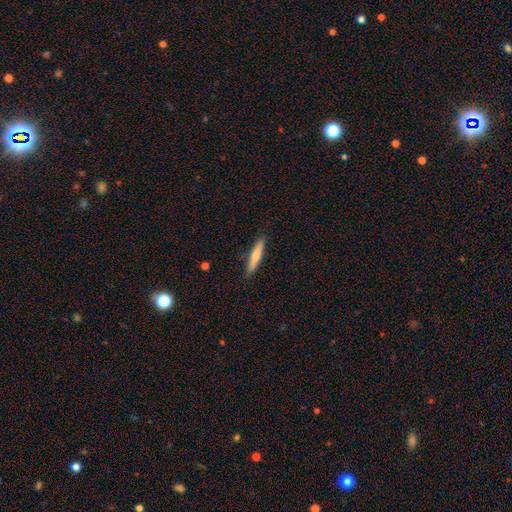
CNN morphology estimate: Smooth or featured: smooth — 68% (featured or disk — 27%)
How rounded: cigar-shaped — 90% (in between — 9%)
Merging: none — 88% (minor disturbance — 9%)